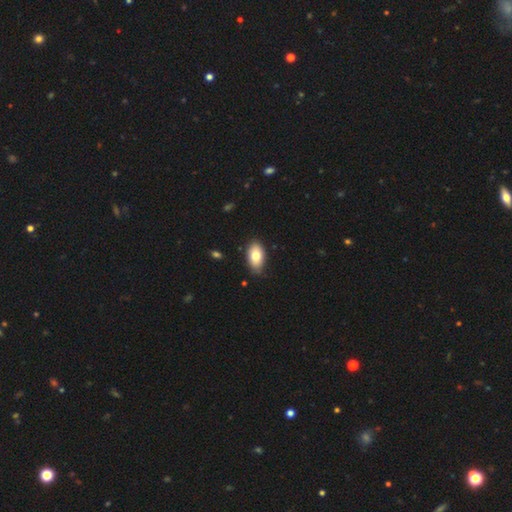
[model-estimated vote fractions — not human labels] Overall: smooth (77%). How rounded: in between (93%). Merging: none (84%).